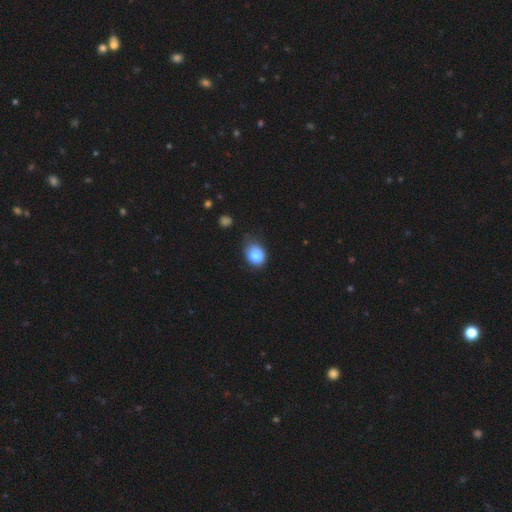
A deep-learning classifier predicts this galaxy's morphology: Smooth or featured? smooth (83%)
How rounded? in between (51%)
Merging? none (55%)